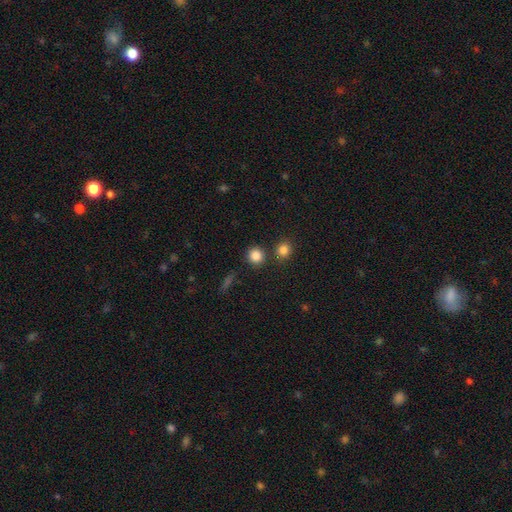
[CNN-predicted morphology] A smooth galaxy with no disk features (85%) that is round (90%).

Vote fractions:
- Smooth or featured? smooth: 85% / star or artifact: 11% / featured or disk: 4%
- How rounded? round: 90% / in between: 8% / cigar-shaped: 1%
- Merging? none: 81% / merger: 9% / minor disturbance: 7% / major disturbance: 3%